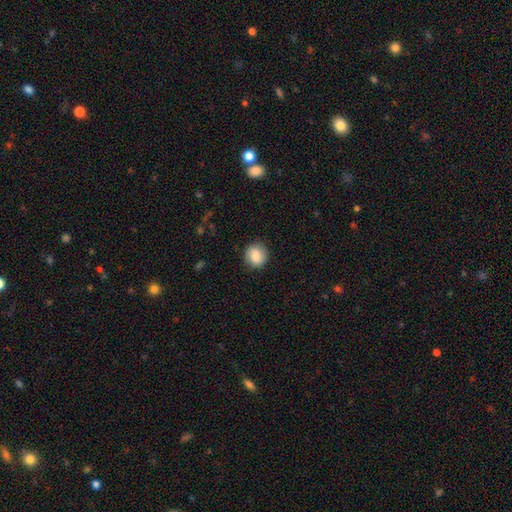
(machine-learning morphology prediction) type=smooth (83%); roundness=round (86%); merging=none (86%).